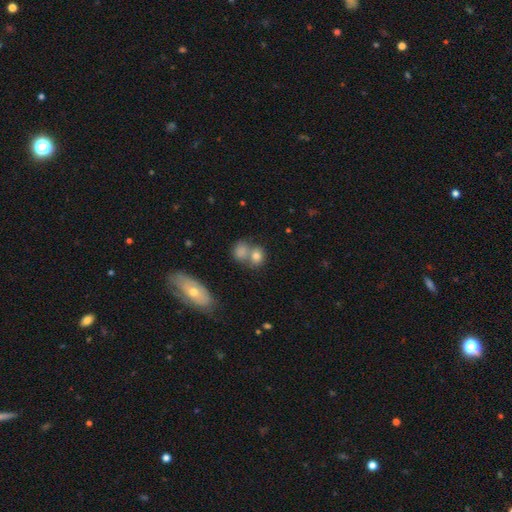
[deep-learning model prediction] Smooth or featured? Predicted: smooth (p=0.76). How rounded? Predicted: round (p=0.63). Merging? Predicted: merger (p=0.43, tied with none).